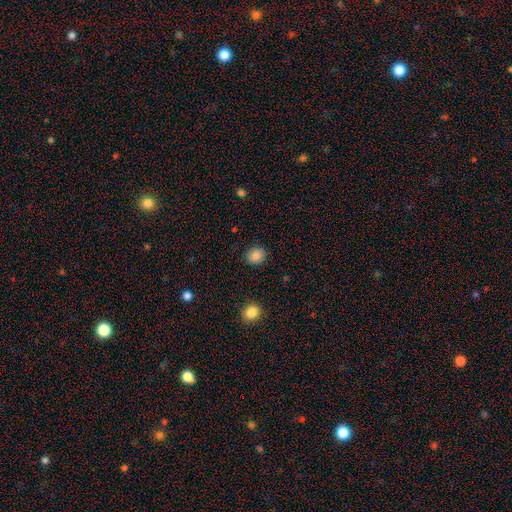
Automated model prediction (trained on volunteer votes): The model was most divided on "how rounded": round: 78%, in between: 21%, cigar-shaped: 1%. More confident: merging — none (88%); smooth or featured — smooth (87%).